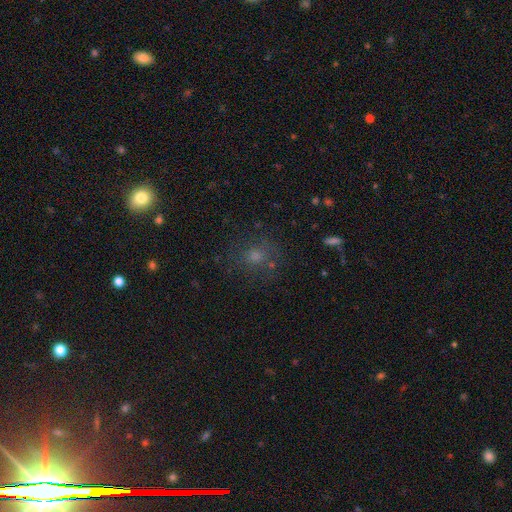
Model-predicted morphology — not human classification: type=smooth (59%); roundness=round (80%); merging=none (73%).